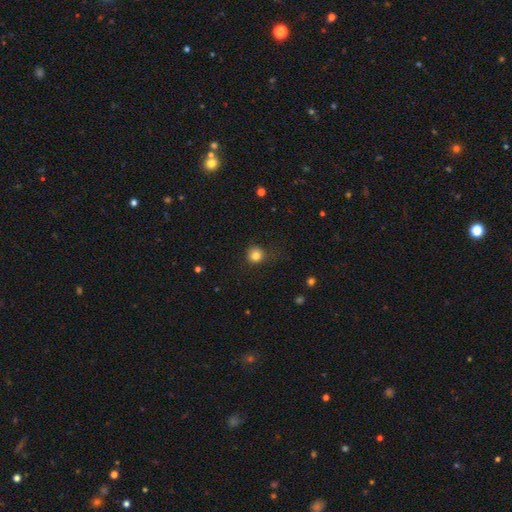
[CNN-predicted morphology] smooth_or_featured: smooth (p=0.81) [alt: star or artifact p=0.12]
how_rounded: round (p=0.89) [alt: in between p=0.10]
merging: none (p=0.73) [alt: minor disturbance p=0.18]